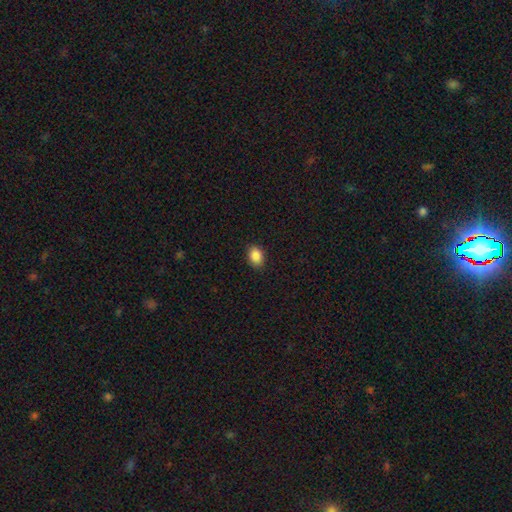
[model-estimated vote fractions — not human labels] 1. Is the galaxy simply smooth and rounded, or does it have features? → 88% smooth, 8% star or artifact, 3% featured or disk.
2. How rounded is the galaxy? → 70% in between, 29% round, 1% cigar-shaped.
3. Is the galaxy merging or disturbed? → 88% none, 9% minor disturbance, 2% major disturbance, 1% merger.